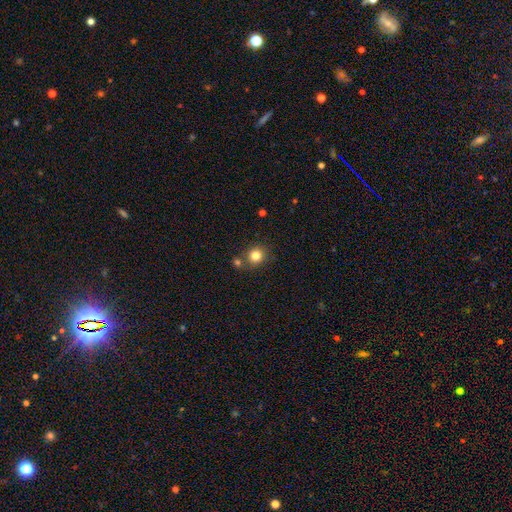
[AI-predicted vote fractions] smooth-or-featured: smooth: 82% | star or artifact: 11% | featured or disk: 7%
  how-rounded: round: 86% | in between: 13% | cigar-shaped: 1%
  merging: none: 74% | merger: 14% | minor disturbance: 10% | major disturbance: 3%